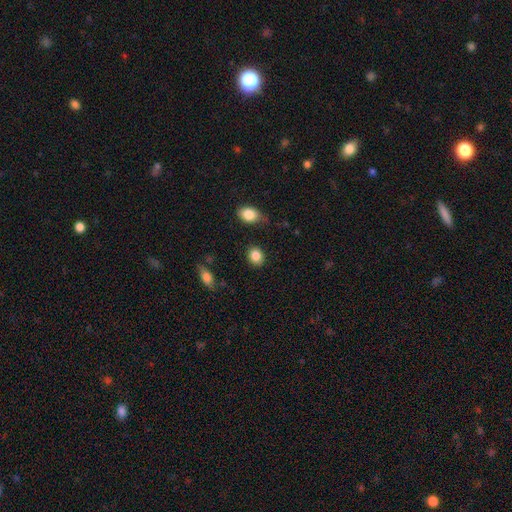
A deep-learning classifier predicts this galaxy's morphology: smooth-or-featured: smooth: 87% | star or artifact: 9% | featured or disk: 5%
  how-rounded: round: 56% | in between: 43% | cigar-shaped: 1%
  merging: none: 85% | minor disturbance: 10% | major disturbance: 3% | merger: 2%